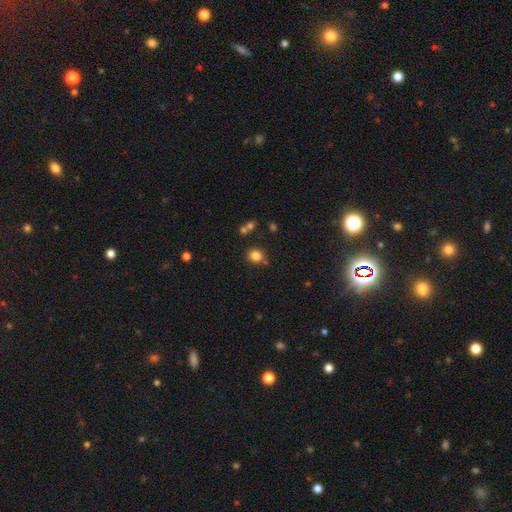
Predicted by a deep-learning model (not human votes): Smooth or featured?
  - smooth: 82% *
  - star or artifact: 12%
  - featured or disk: 6%
How rounded?
  - round: 86% *
  - in between: 13%
  - cigar-shaped: 1%
Merging?
  - none: 78% *
  - minor disturbance: 10%
  - merger: 9%
  - major disturbance: 3%